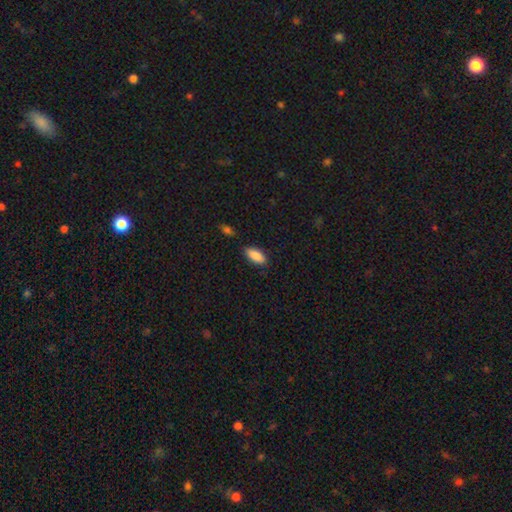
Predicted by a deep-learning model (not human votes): This is clearly a smooth galaxy (89%). How rounded: clearly in between (86%). Merging: clearly none (81%).